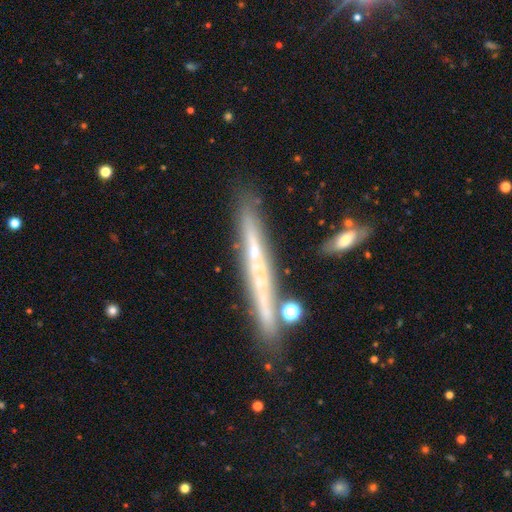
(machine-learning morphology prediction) This is likely a featured or disk galaxy (66%). It is clearly viewed edge-on (90%). Edge-on bulge: likely none (70%). Merging: likely none (78%).